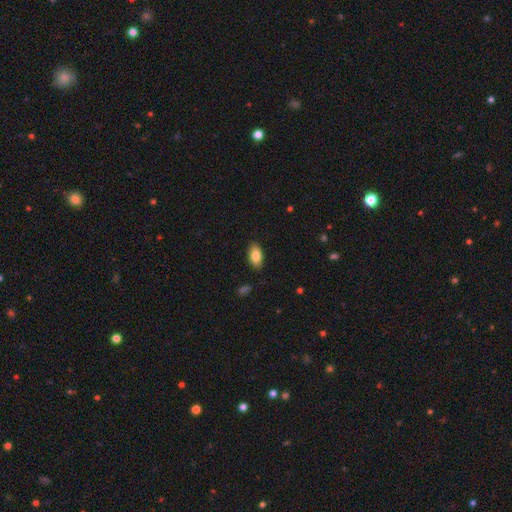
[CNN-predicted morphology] Overall: smooth (83%). How rounded: in between (92%). Merging: none (87%).